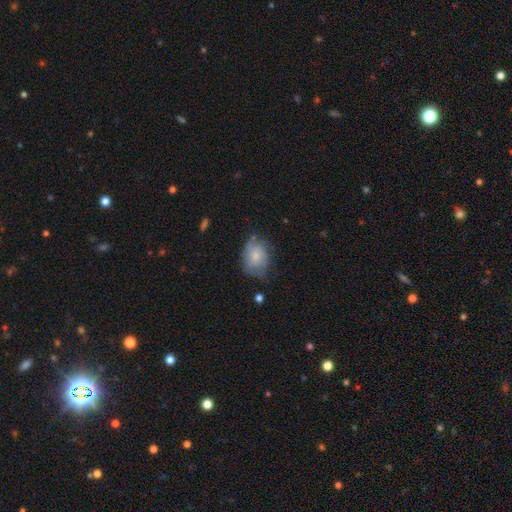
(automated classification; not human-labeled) Q: Smooth or featured?
A: smooth (60%); runner-up: featured or disk (32%)
Q: How rounded?
A: in between (63%); runner-up: round (36%)
Q: Merging?
A: none (54%); runner-up: minor disturbance (32%)